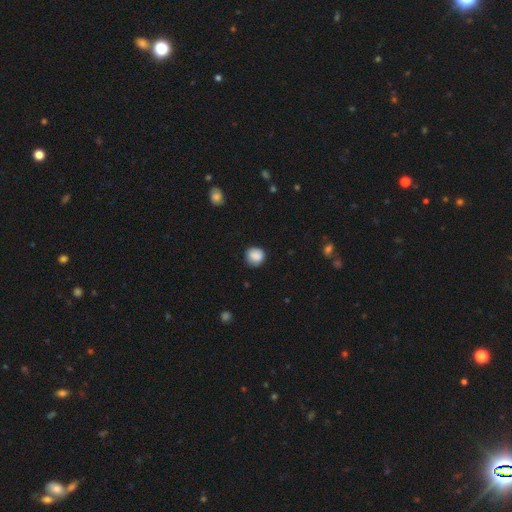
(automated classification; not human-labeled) Smooth or featured: smooth — 86% (star or artifact — 8%)
How rounded: round — 87% (in between — 12%)
Merging: none — 79% (minor disturbance — 16%)